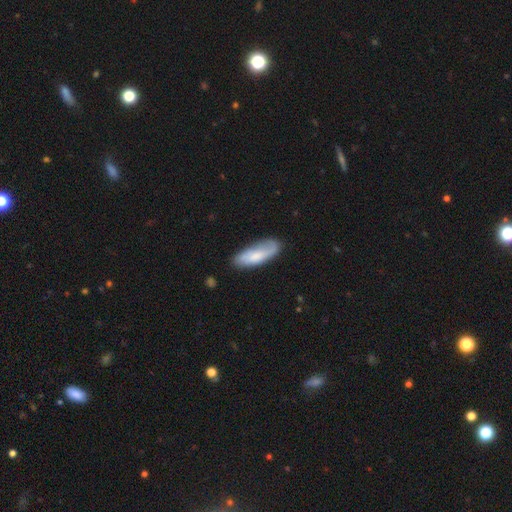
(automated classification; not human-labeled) smooth_or_featured: smooth (p=0.65) [alt: featured or disk p=0.29]
how_rounded: in between (p=0.65) [alt: cigar-shaped p=0.33]
merging: none (p=0.69) [alt: minor disturbance p=0.22]